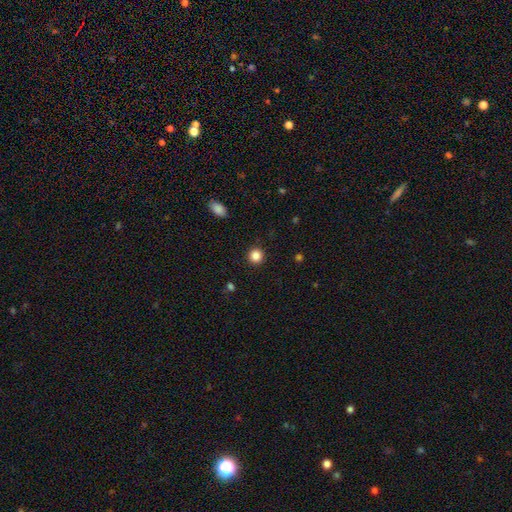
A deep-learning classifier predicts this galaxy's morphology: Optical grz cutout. It shows a smooth galaxy with no disk features (86%) that is round (94%). Merging: none (92%).